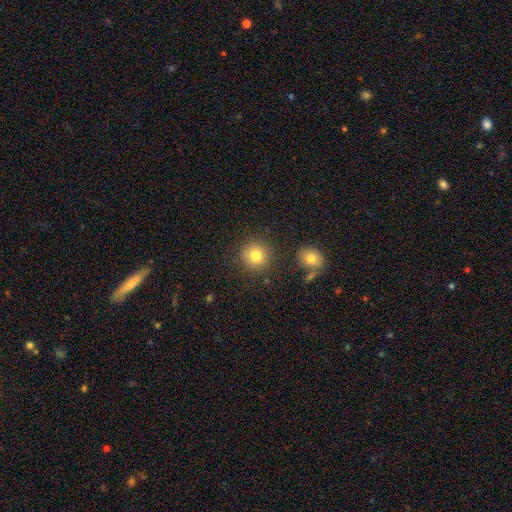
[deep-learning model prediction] smooth-or-featured: smooth: 80% | star or artifact: 11% | featured or disk: 8%
  how-rounded: round: 91% | in between: 8% | cigar-shaped: 1%
  merging: none: 85% | minor disturbance: 8% | merger: 4% | major disturbance: 3%